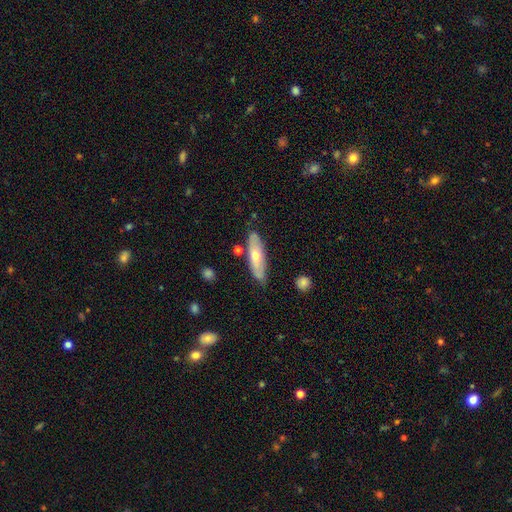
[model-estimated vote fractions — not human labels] Smooth or featured: smooth — 49% (featured or disk — 46%)
Merging: none — 75% (minor disturbance — 18%)